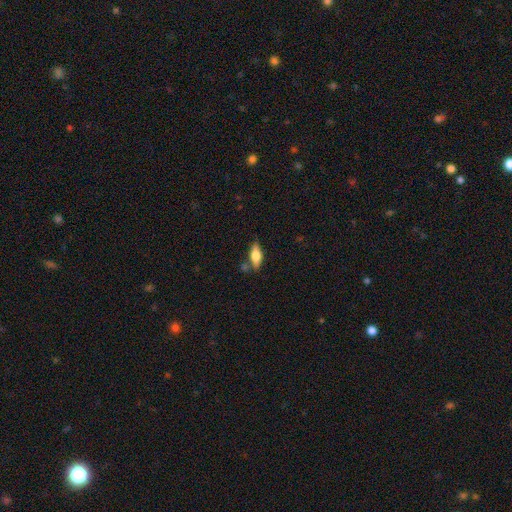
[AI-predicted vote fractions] Smooth or featured: smooth — 66% (featured or disk — 28%)
How rounded: in between — 68% (cigar-shaped — 29%)
Merging: none — 70% (minor disturbance — 17%)